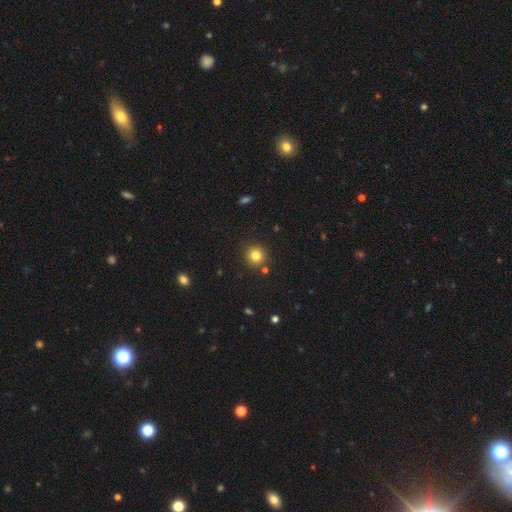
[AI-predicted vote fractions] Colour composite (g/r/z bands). It shows a smooth galaxy with no disk features (80%) that is round (93%). Merging: none (87%).